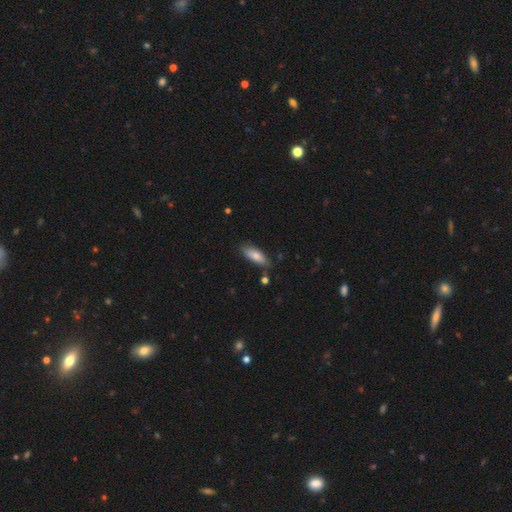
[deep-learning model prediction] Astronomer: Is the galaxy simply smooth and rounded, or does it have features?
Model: smooth — 77%.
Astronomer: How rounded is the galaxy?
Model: in between — 61% (runner-up: cigar-shaped, 37%).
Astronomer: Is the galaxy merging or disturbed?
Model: none — 77%.